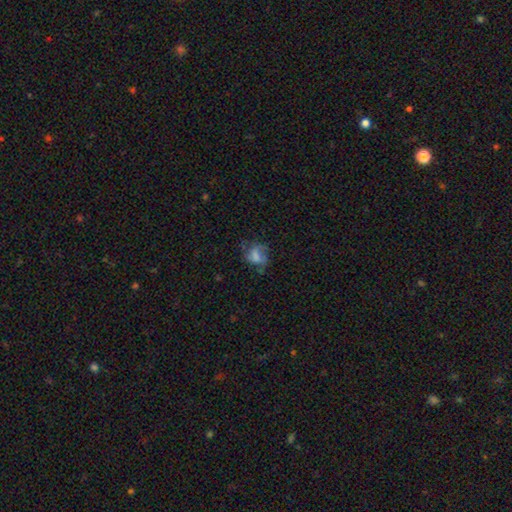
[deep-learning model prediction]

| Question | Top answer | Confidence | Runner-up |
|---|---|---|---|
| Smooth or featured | smooth | 46% | featured or disk (42%) |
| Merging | none | 49% | major disturbance (25%) |